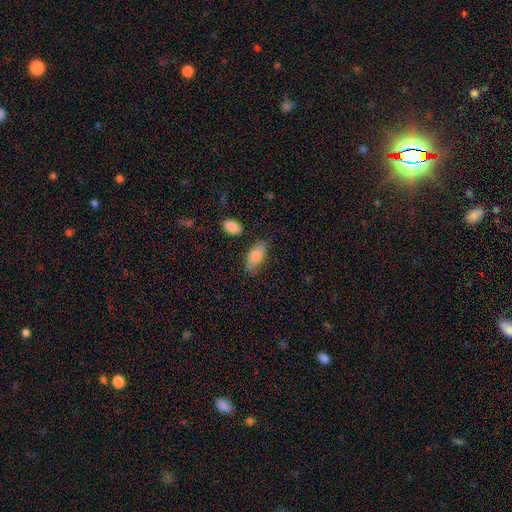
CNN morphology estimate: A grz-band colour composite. It shows a smooth galaxy with no disk features (81%) that is in between round and cigar-shaped (91%). Merging: none (75%).